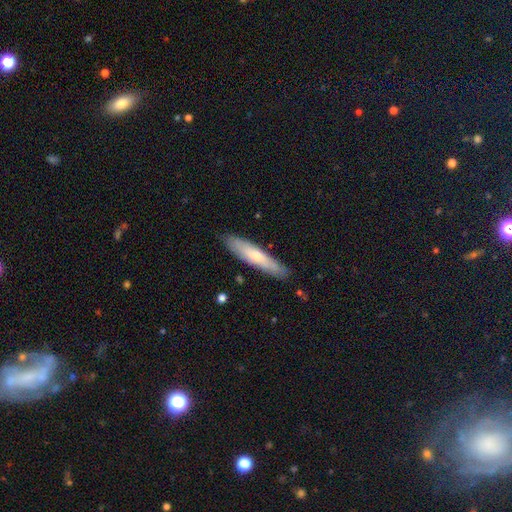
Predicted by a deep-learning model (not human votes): Smooth or featured? Predicted: smooth (p=0.55). How rounded? Predicted: cigar-shaped (p=0.84). Merging? Predicted: none (p=0.86).